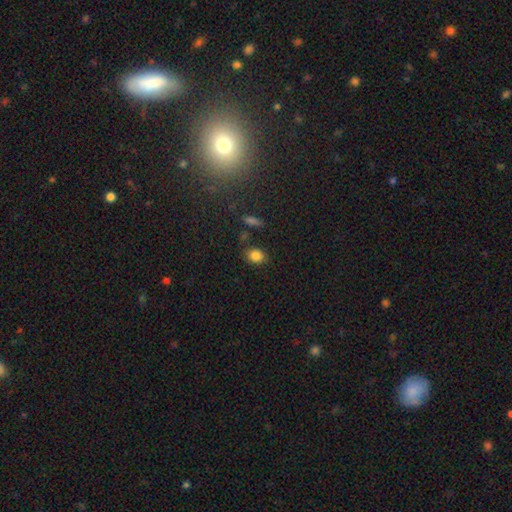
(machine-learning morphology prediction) type=smooth (84%); roundness=in between (59%); merging=none (79%).